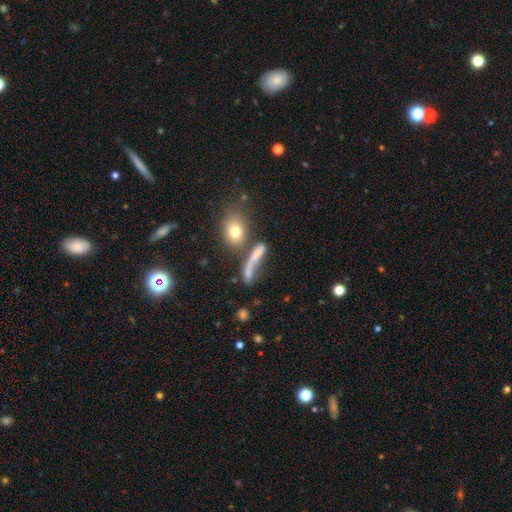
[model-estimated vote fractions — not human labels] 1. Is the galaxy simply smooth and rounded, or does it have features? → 58% smooth, 29% featured or disk, 13% star or artifact.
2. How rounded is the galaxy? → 53% cigar-shaped, 35% in between, 11% round.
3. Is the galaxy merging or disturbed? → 32% none, 30% merger, 23% major disturbance, 15% minor disturbance.